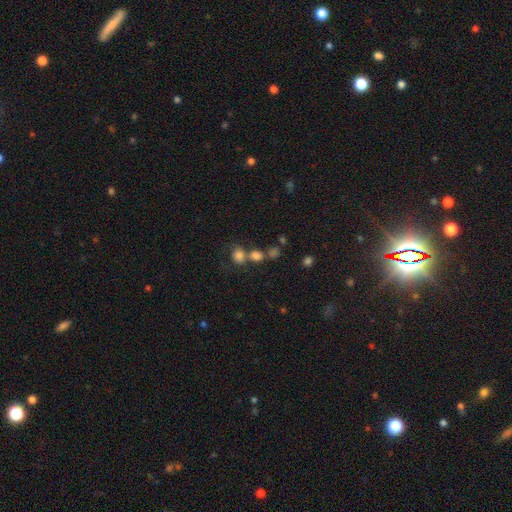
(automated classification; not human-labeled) A smooth galaxy with no disk features (71%) that is round (64%). Merging: none (44%).